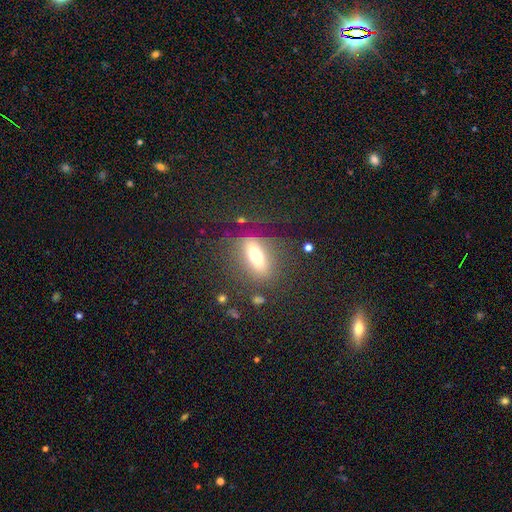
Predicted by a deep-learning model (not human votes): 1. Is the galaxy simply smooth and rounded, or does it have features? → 51% smooth, 36% featured or disk, 12% star or artifact.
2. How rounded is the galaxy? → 61% in between, 32% cigar-shaped, 7% round.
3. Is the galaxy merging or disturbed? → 67% none, 16% minor disturbance, 13% major disturbance, 3% merger.